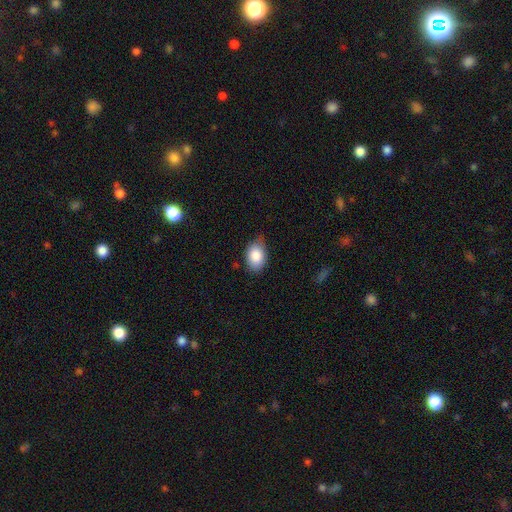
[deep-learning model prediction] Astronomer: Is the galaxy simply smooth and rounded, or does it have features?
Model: smooth — 86%.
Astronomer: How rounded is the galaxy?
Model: in between — 84%.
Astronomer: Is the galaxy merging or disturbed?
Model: none — 65%.